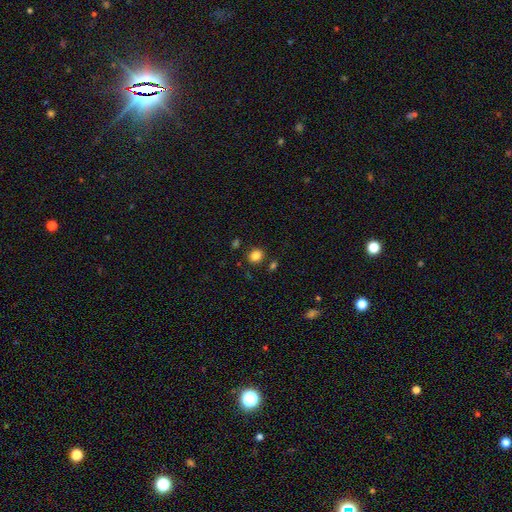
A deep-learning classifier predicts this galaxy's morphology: smooth 84%, star or artifact 11%, featured or disk 4%. Down the decision tree: how rounded — round (76%); merging — none (84%).